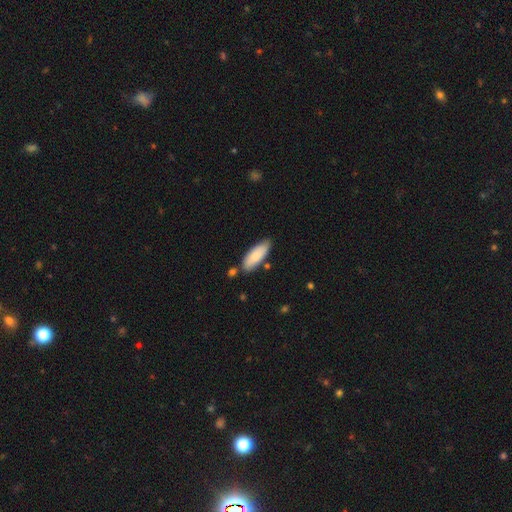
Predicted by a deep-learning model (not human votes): smooth_or_featured: smooth (p=0.83) [alt: featured or disk p=0.11]
how_rounded: in between (p=0.72) [alt: cigar-shaped p=0.26]
merging: none (p=0.74) [alt: minor disturbance p=0.17]